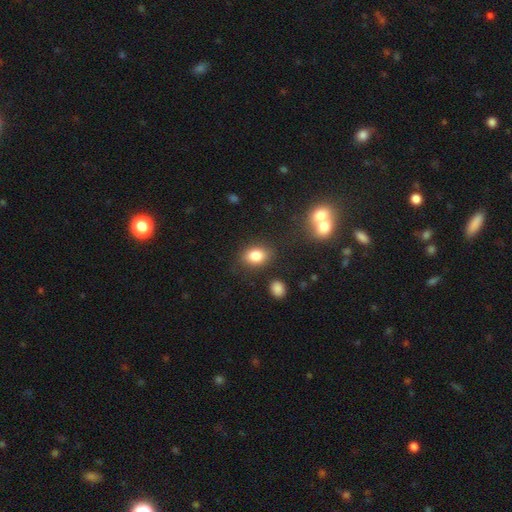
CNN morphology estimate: Q: Smooth or featured?
A: smooth (83%); runner-up: star or artifact (10%)
Q: How rounded?
A: in between (72%); runner-up: round (27%)
Q: Merging?
A: none (80%); runner-up: minor disturbance (12%)